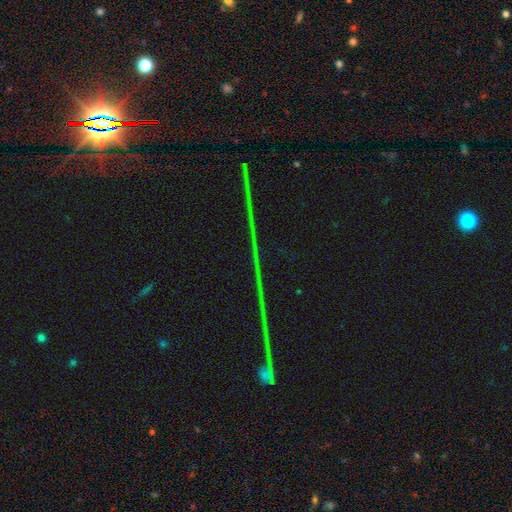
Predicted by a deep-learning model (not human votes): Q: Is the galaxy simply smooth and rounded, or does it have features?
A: star or artifact — 84%.